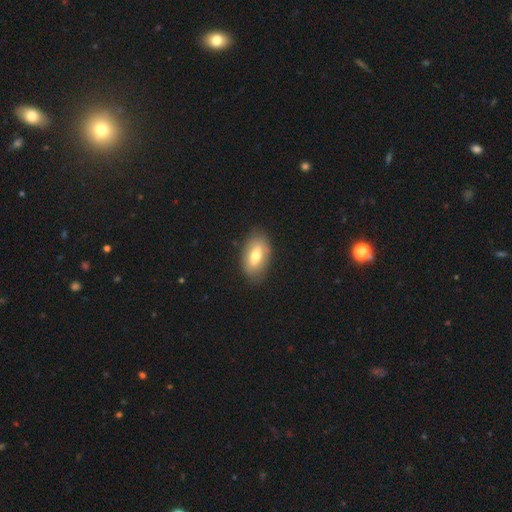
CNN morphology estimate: smooth-or-featured: smooth: 63% | featured or disk: 30% | star or artifact: 7%
  how-rounded: in between: 89% | round: 7% | cigar-shaped: 4%
  merging: none: 82% | minor disturbance: 13% | major disturbance: 3% | merger: 1%